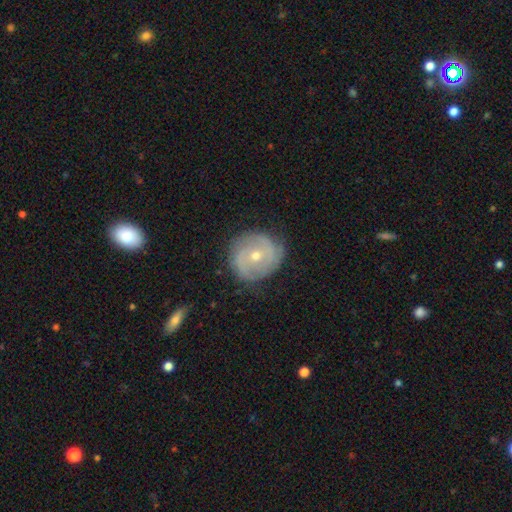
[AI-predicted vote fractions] Overall: featured or disk (75%). Edge-on disk: no (97%). Bar: no (70%). Spiral arms: yes (89%). Spiral arm count: 2 (38%; can't tell 26%). Spiral winding: tight (62%; medium 29%). Bulge size: moderate (50%; small 48%). Merging: none (78%).